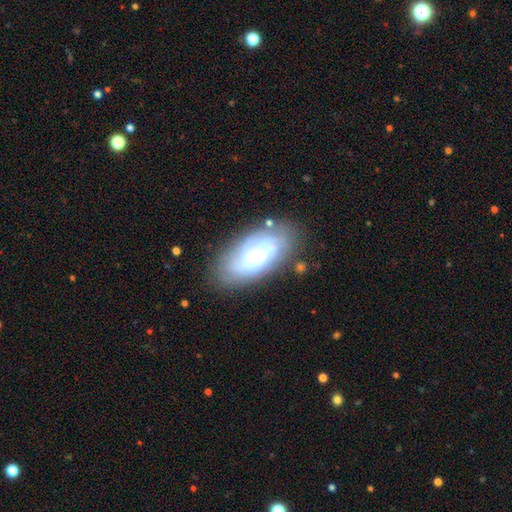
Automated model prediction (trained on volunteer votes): featured or disk 58%, smooth 34%, star or artifact 8%. Down the decision tree: edge-on disk — no (92%); bar — no (65%); spiral arms — yes (82%); bulge size — small (55%); merging — none (73%).